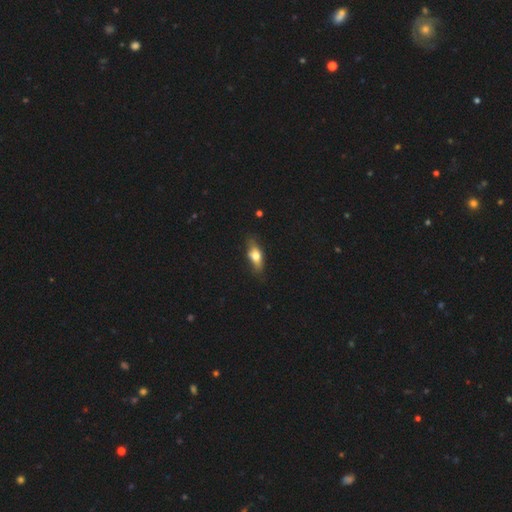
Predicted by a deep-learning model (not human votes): Q: Smooth or featured?
A: smooth (60%); runner-up: featured or disk (32%)
Q: How rounded?
A: in between (67%); runner-up: cigar-shaped (27%)
Q: Merging?
A: none (80%); runner-up: minor disturbance (15%)